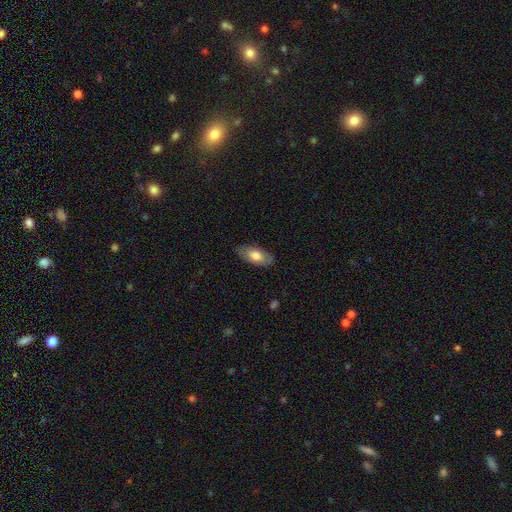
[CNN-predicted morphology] This is likely a smooth galaxy (64%). How rounded: clearly in between (92%). Merging: clearly none (82%).